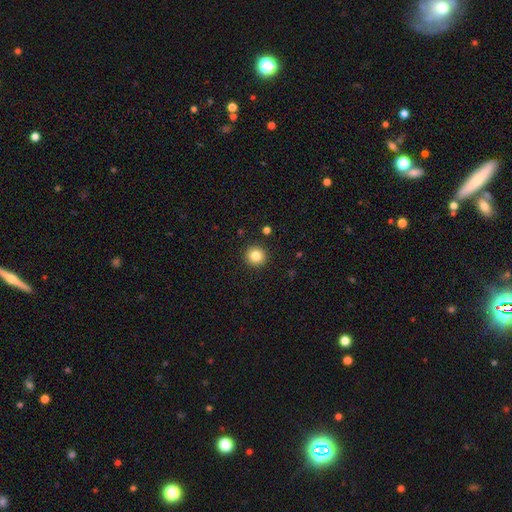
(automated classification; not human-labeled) Q: Smooth or featured?
A: smooth (83%); runner-up: star or artifact (11%)
Q: How rounded?
A: round (95%); runner-up: in between (4%)
Q: Merging?
A: none (93%); runner-up: minor disturbance (4%)